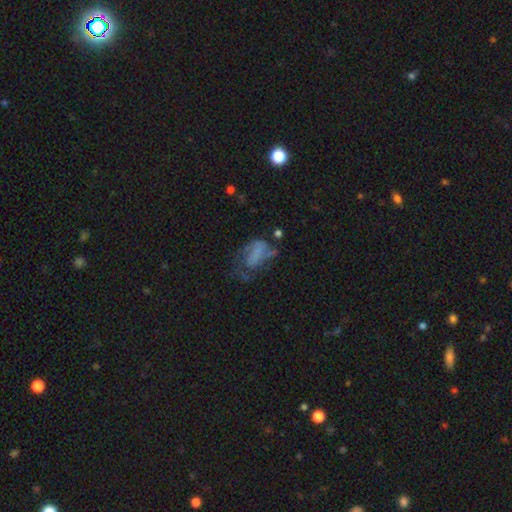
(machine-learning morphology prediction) Smooth or featured? Predicted: featured or disk (p=0.46). Merging? Predicted: major disturbance (p=0.47).